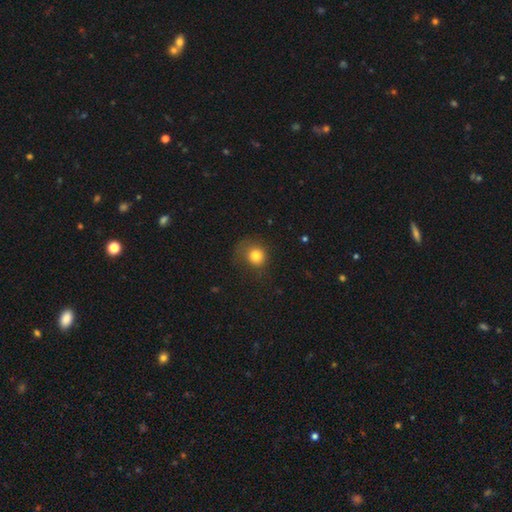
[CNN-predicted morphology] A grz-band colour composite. It shows a smooth galaxy with no disk features (80%) that is round (84%). Merging: none (61%).